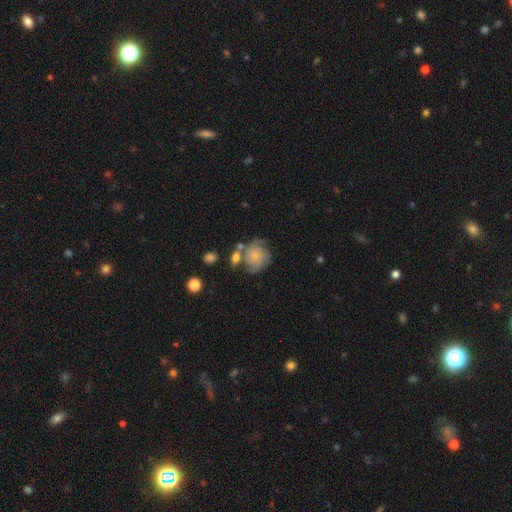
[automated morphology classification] The model was most divided on "smooth or featured": featured or disk: 57%, smooth: 35%, star or artifact: 8%. More confident: edge-on disk — no (98%); spiral arms — yes (86%); bar — no (81%); bulge size — small (61%); merging — none (51%).